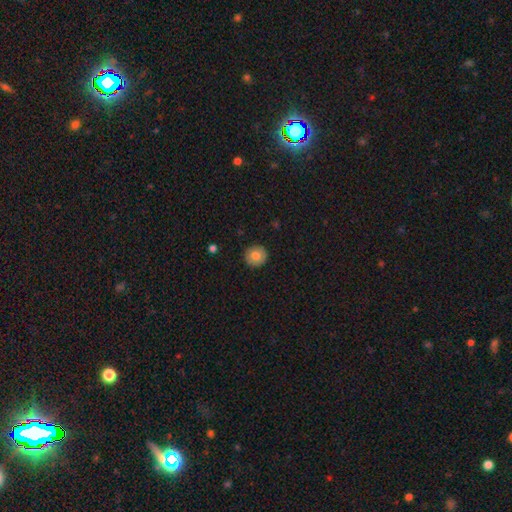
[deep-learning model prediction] Smooth or featured? smooth (79%)
How rounded? round (94%)
Merging? none (92%)